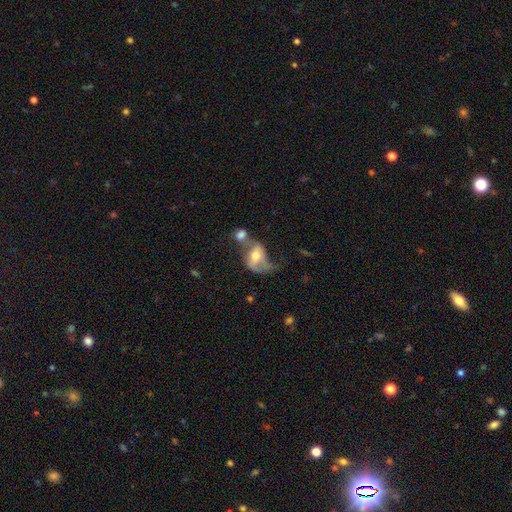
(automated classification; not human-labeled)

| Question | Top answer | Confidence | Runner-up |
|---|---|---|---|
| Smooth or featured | featured or disk | 55% | smooth (37%) |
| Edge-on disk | no | 95% | yes (5%) |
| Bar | no | 45% | weak (36%) |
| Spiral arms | yes | 69% | no (31%) |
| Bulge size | moderate | 68% | small (16%) |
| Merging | merger | 40% | none (22%) |